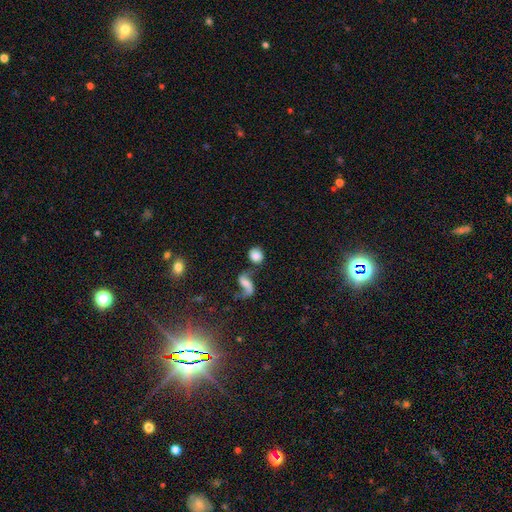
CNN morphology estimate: Smooth or featured?
  - smooth: 74% *
  - featured or disk: 16%
  - star or artifact: 10%
How rounded?
  - round: 73% *
  - in between: 24%
  - cigar-shaped: 2%
Merging?
  - none: 51% *
  - merger: 28%
  - minor disturbance: 12%
  - major disturbance: 9%